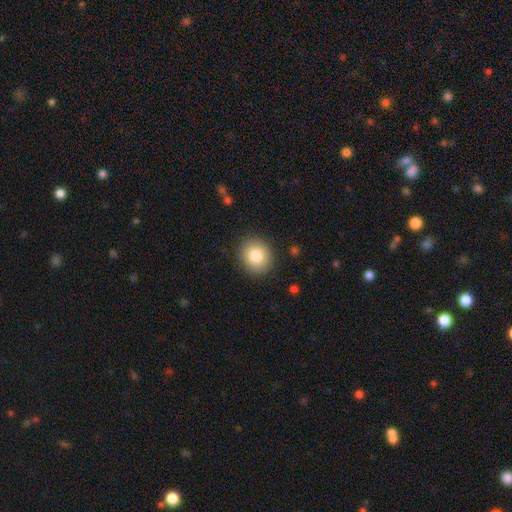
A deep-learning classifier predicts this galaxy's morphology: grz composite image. It shows a smooth galaxy with no disk features (84%) that is round (81%). Merging: none (89%).